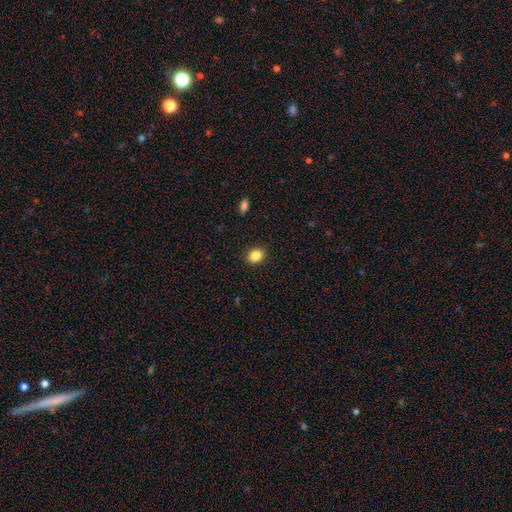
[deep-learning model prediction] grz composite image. It shows a smooth galaxy with no disk features (86%) that is in between round and cigar-shaped (64%). Merging: none (90%).